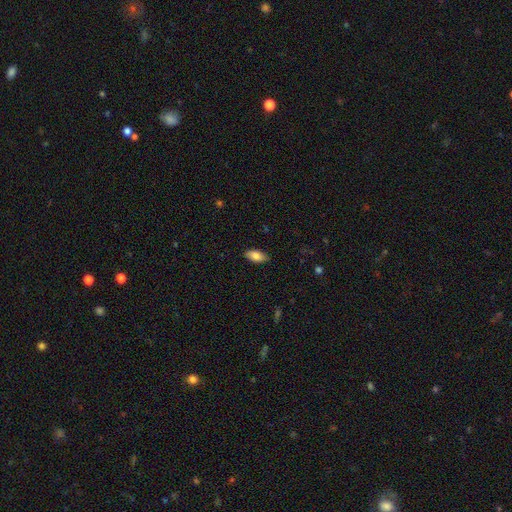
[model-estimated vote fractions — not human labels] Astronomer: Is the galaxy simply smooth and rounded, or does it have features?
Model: smooth — 83%.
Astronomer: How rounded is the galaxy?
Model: in between — 90%.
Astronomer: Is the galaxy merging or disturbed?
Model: none — 87%.